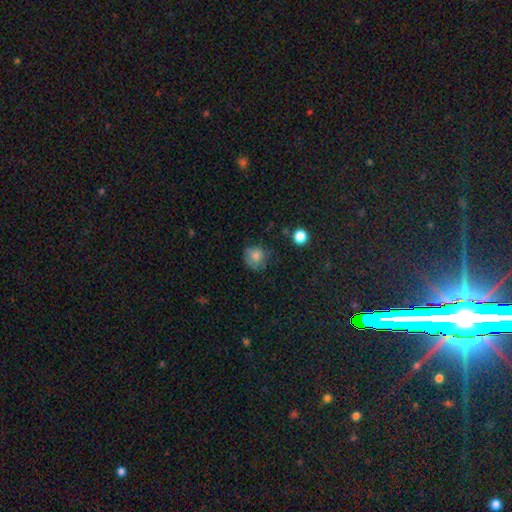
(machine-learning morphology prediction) This is likely a smooth galaxy (77%). How rounded: clearly round (83%). Merging: likely none (63%).